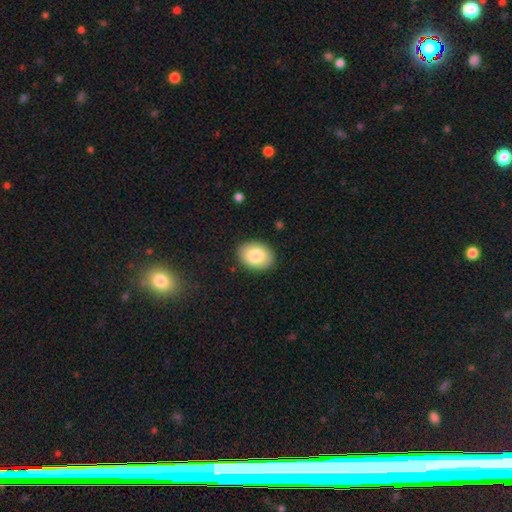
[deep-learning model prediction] smooth 84%, featured or disk 9%, star or artifact 7%. Down the decision tree: how rounded — in between (76%); merging — none (88%).